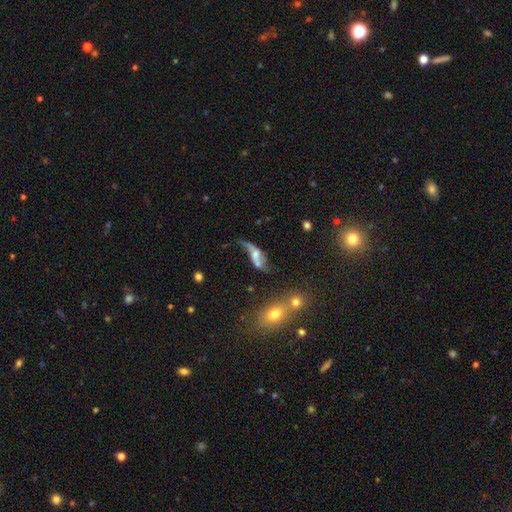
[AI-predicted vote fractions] Smooth or featured? featured or disk (68%)
Edge-on disk? no (86%)
Bar? no (51%)
Spiral arms? yes (80%)
Bulge size? moderate (35%)
Merging? none (35%)